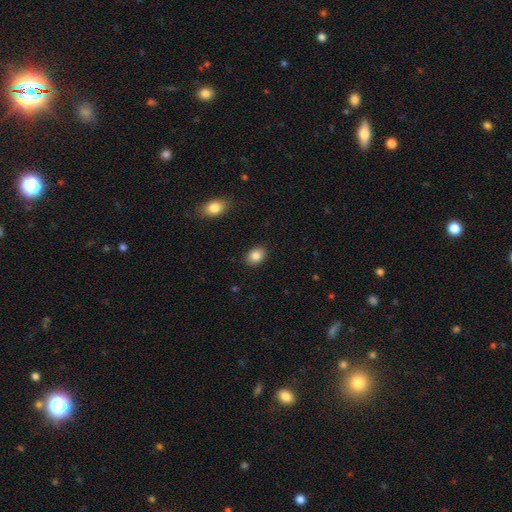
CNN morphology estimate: Smooth or featured? smooth (86%)
How rounded? in between (65%)
Merging? none (88%)